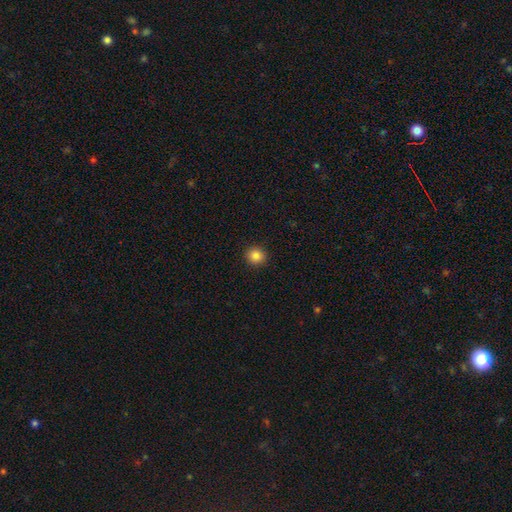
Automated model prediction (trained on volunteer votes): Smooth or featured? Predicted: smooth (p=0.85). How rounded? Predicted: round (p=0.88). Merging? Predicted: none (p=0.92).